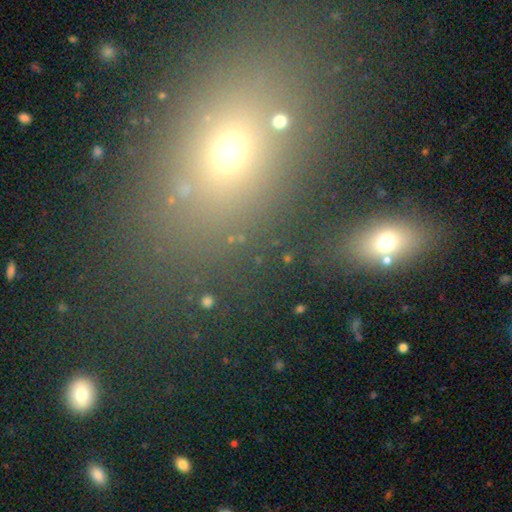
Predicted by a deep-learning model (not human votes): smooth-or-featured: smooth: 58% | star or artifact: 28% | featured or disk: 14%
  how-rounded: in between: 67% | round: 29% | cigar-shaped: 4%
  merging: none: 73% | minor disturbance: 11% | merger: 10% | major disturbance: 6%